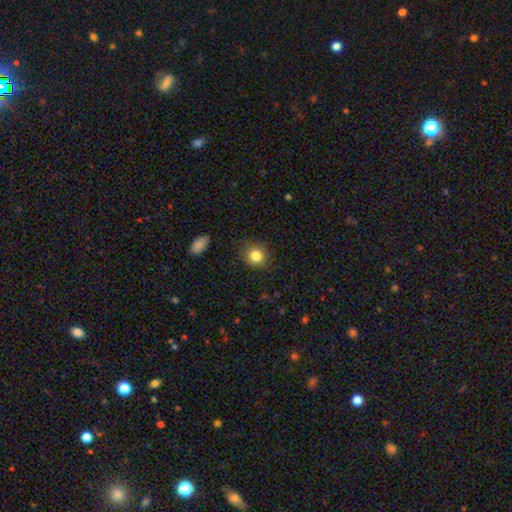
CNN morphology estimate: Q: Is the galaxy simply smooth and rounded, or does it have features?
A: smooth — 84%.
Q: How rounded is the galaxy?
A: round — 76%.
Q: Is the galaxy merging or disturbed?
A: none — 85%.